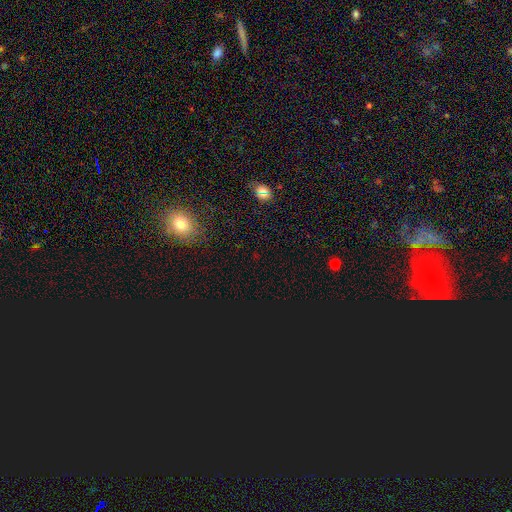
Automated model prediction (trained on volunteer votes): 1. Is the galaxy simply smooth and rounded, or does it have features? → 69% star or artifact, 24% smooth, 8% featured or disk.